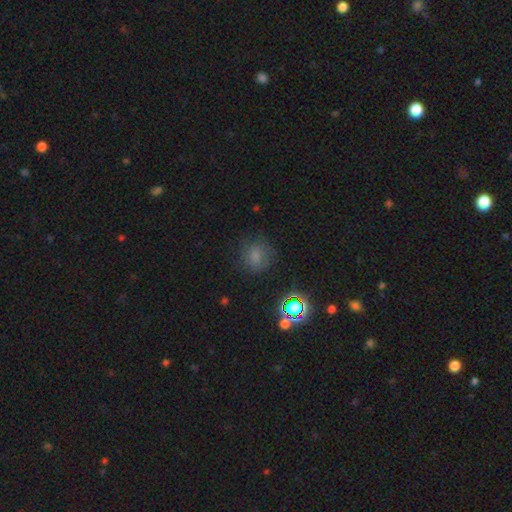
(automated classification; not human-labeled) Q: Smooth or featured?
A: smooth (66%); runner-up: star or artifact (21%)
Q: How rounded?
A: round (80%); runner-up: in between (19%)
Q: Merging?
A: none (74%); runner-up: minor disturbance (16%)